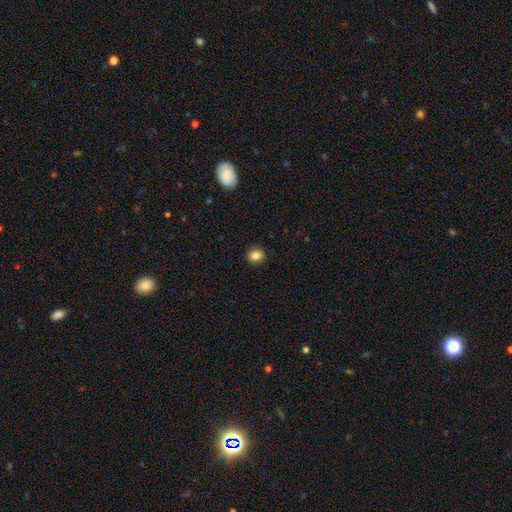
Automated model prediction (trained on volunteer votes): Smooth or featured? Predicted: smooth (p=0.84). How rounded? Predicted: round (p=0.66). Merging? Predicted: none (p=0.90).